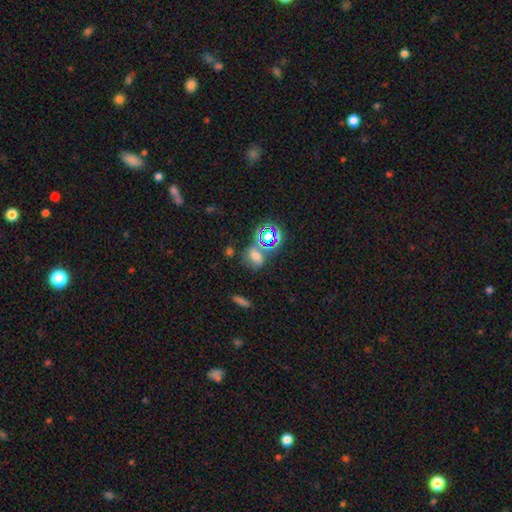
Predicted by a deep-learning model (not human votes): Smooth or featured?
  - smooth: 51% *
  - star or artifact: 35%
  - featured or disk: 14%
How rounded?
  - in between: 62% *
  - round: 36%
  - cigar-shaped: 3%
Merging?
  - none: 53% *
  - merger: 23%
  - minor disturbance: 15%
  - major disturbance: 9%